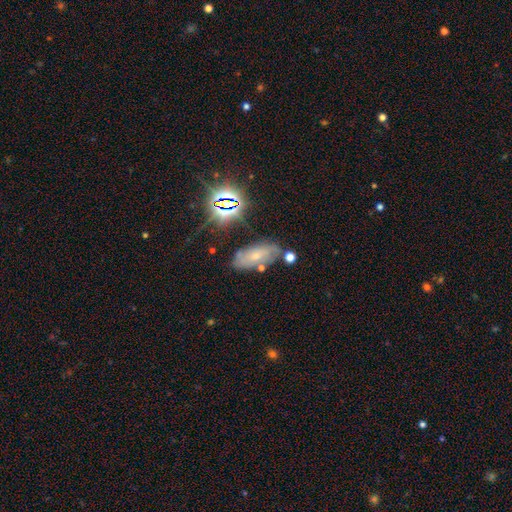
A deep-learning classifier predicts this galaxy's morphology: A smooth galaxy with no disk features (43%).

Vote fractions:
- Smooth or featured? smooth: 43% / featured or disk: 35% / star or artifact: 22%
- Merging? none: 69% / minor disturbance: 18% / merger: 7% / major disturbance: 6%